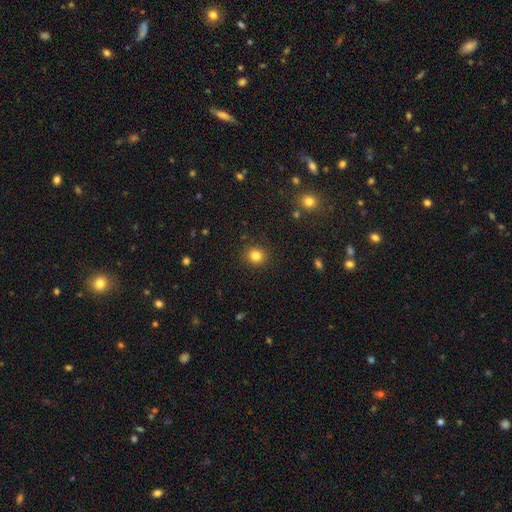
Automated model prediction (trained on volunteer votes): Smooth or featured? Predicted: smooth (p=0.83). How rounded? Predicted: round (p=0.86). Merging? Predicted: none (p=0.90).